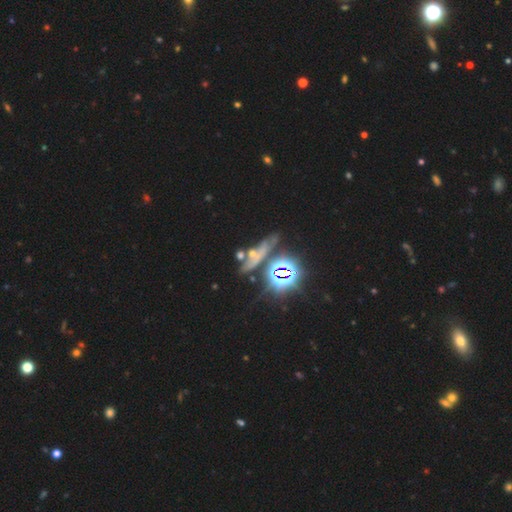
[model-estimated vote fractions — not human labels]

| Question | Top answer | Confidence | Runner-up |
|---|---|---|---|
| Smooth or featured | star or artifact | 48% | smooth (29%) |